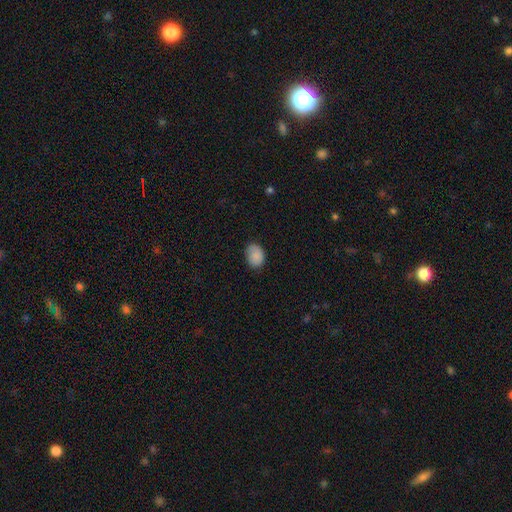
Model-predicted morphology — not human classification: Overall: smooth (88%). How rounded: in between (69%; round 30%). Merging: none (77%).